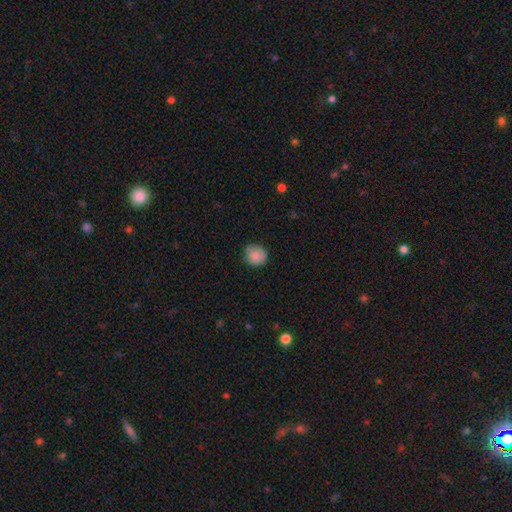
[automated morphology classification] This is clearly a smooth galaxy (85%). How rounded: clearly round (85%). Merging: likely none (74%).